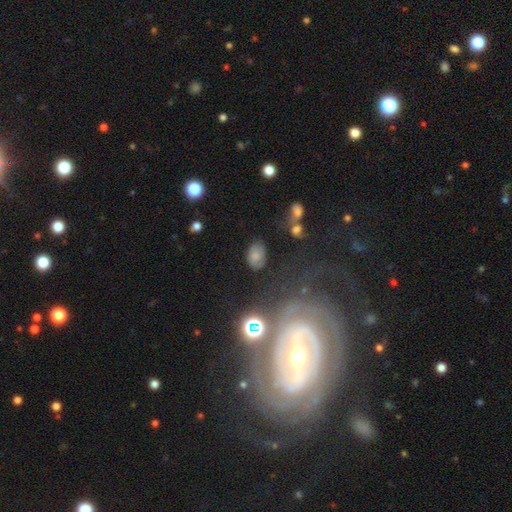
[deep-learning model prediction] Smooth or featured? Predicted: smooth (p=0.72). How rounded? Predicted: in between (p=0.86). Merging? Predicted: none (p=0.73).